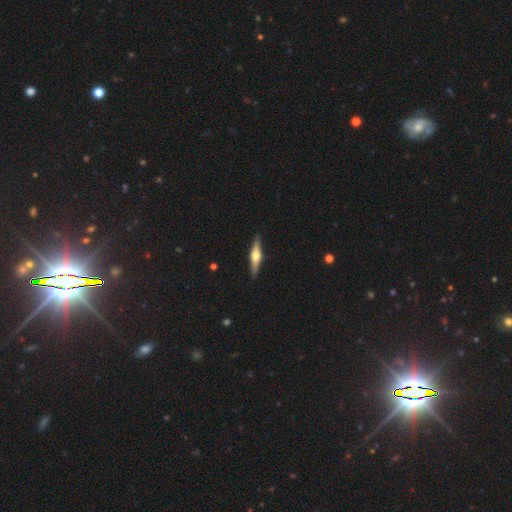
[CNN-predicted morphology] type=featured or disk (70%); edge-on=yes (97%); edge-on bulge=rounded (94%); merging=none (91%).